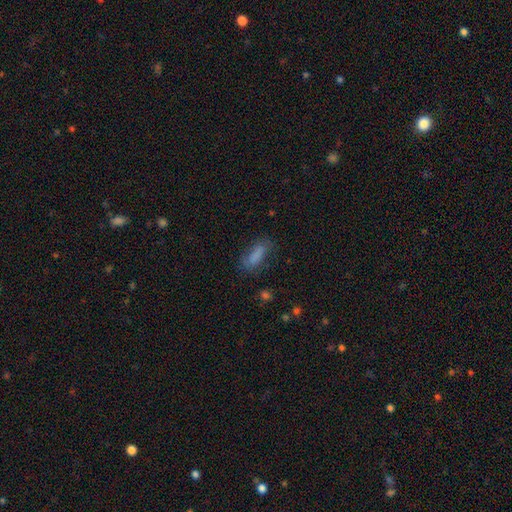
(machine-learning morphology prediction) smooth_or_featured: smooth (p=0.77) [alt: featured or disk p=0.13]
how_rounded: in between (p=0.59) [alt: cigar-shaped p=0.38]
merging: none (p=0.64) [alt: minor disturbance p=0.22]